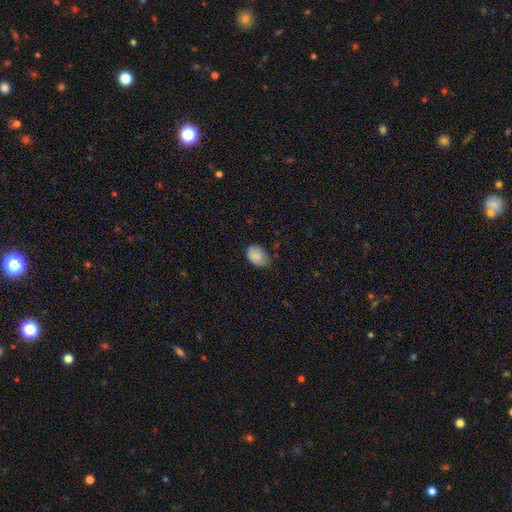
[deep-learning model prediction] A smooth galaxy with no disk features (85%) that is in between round and cigar-shaped (77%). Merging: none (62%).